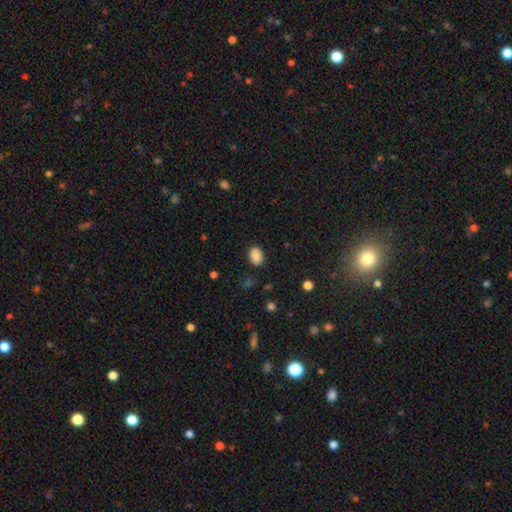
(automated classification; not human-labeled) smooth 88%, star or artifact 9%, featured or disk 3%. Down the decision tree: how rounded — in between (81%); merging — none (86%).